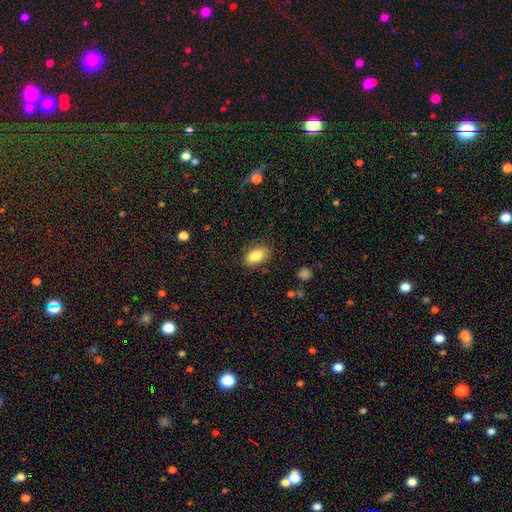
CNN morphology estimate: A smooth galaxy with no disk features (85%) that is in between round and cigar-shaped (91%).

Vote fractions:
- Smooth or featured? smooth: 85% / featured or disk: 8% / star or artifact: 7%
- How rounded? in between: 91% / round: 5% / cigar-shaped: 4%
- Merging? none: 83% / minor disturbance: 12% / major disturbance: 3% / merger: 1%